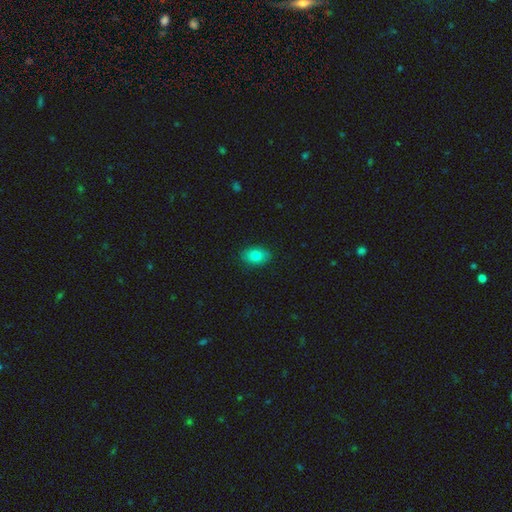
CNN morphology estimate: This is clearly a smooth galaxy (82%). How rounded: clearly in between (86%). Merging: clearly none (88%).